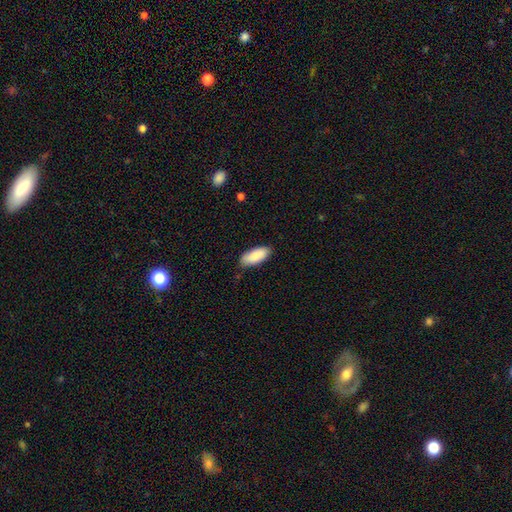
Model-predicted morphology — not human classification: This appears to be a smooth galaxy with no disk features (88%) that is in between round and cigar-shaped (85%). Merging: none (84%).